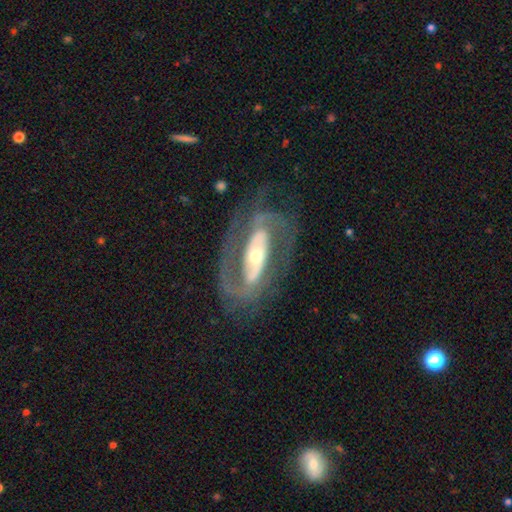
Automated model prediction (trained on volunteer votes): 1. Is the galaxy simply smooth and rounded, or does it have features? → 89% featured or disk, 6% smooth, 5% star or artifact.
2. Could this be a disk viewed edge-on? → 94% no, 6% yes.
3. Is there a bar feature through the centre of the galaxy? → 56% strong, 25% weak, 19% no.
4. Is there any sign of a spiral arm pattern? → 93% yes, 7% no.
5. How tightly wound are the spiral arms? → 49% medium, 37% tight, 15% loose.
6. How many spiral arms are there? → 85% 2, 6% can't tell, 3% 3, 3% 1, 1% 4, 1% more than 4.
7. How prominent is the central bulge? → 47% small, 44% moderate, 6% large, 1% dominant, 1% none.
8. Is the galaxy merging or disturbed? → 72% none, 14% minor disturbance, 12% major disturbance, 2% merger.